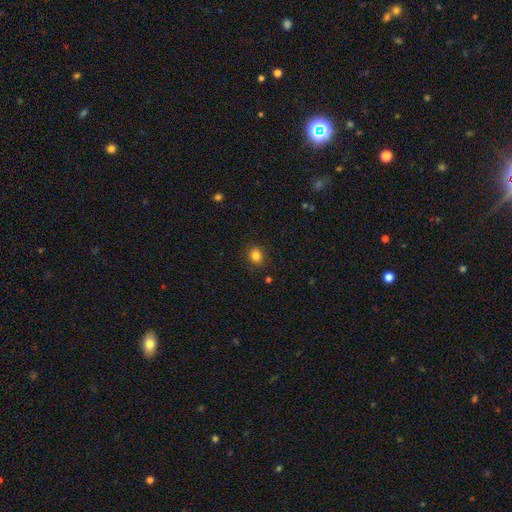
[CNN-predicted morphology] This appears to be a smooth galaxy with no disk features (83%) that is round (71%). Merging: none (87%).